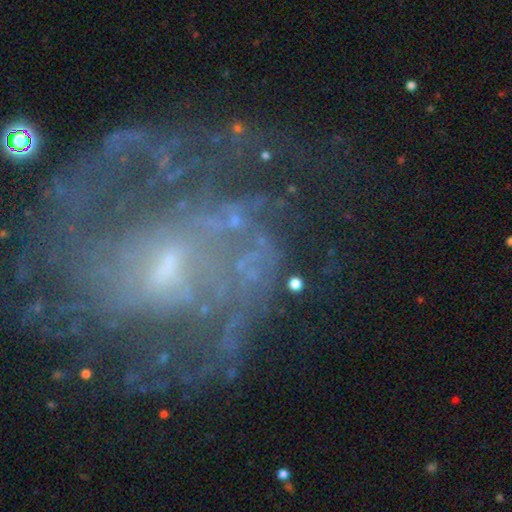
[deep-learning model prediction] Overall: featured or disk (61%; star or artifact 26%). Edge-on disk: no (96%). Bar: no (48%; weak 31%). Spiral arms: yes (75%). Bulge size: small (49%; moderate 23%). Merging: none (58%; major disturbance 19%).